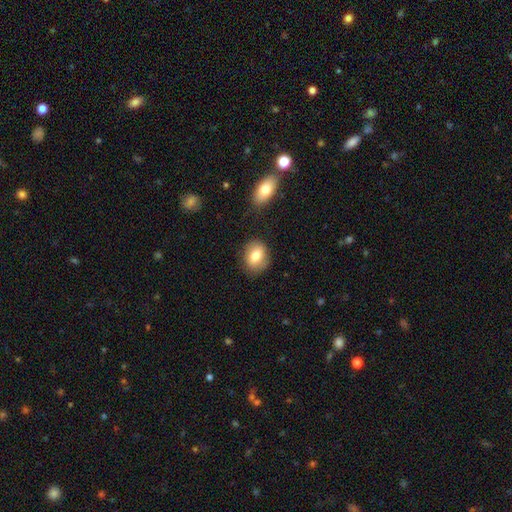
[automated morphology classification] type=smooth (77%); roundness=in between (59%); merging=none (79%).